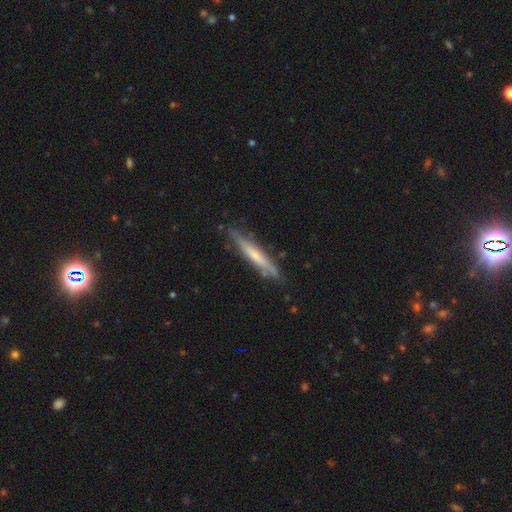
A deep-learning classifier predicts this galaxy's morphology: The model was most divided on "smooth or featured": featured or disk: 54%, smooth: 41%, star or artifact: 6%. More confident: edge-on disk — yes (88%); merging — none (79%).